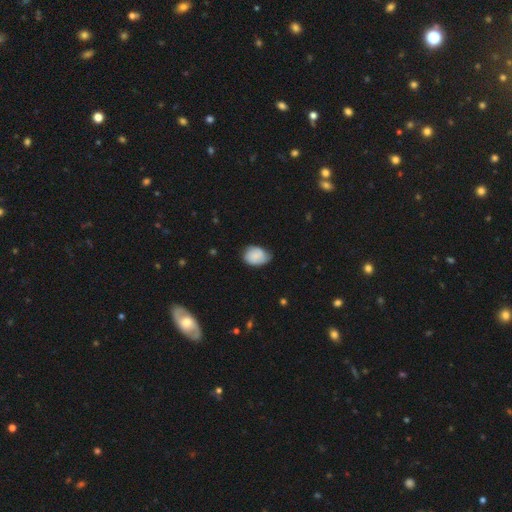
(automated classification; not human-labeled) Overall: smooth (75%). How rounded: in between (69%; round 30%). Merging: none (53%; minor disturbance 37%).